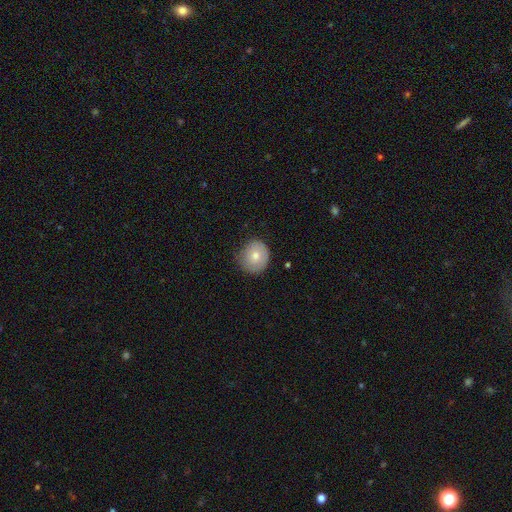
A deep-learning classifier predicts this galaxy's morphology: Smooth or featured? Predicted: smooth (p=0.71). How rounded? Predicted: round (p=0.87). Merging? Predicted: none (p=0.74).